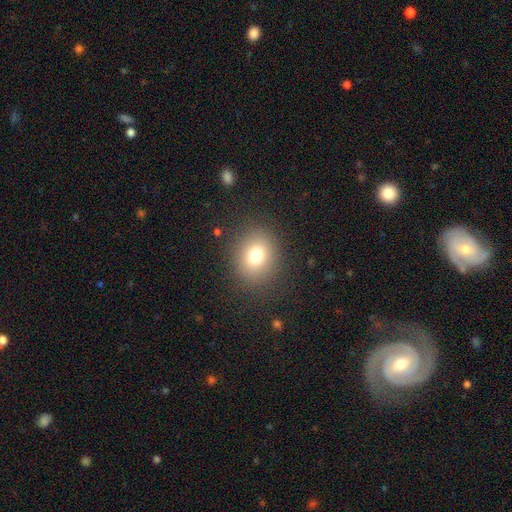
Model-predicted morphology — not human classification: Smooth or featured?
  - smooth: 75% *
  - star or artifact: 14%
  - featured or disk: 11%
How rounded?
  - round: 65% *
  - in between: 34%
  - cigar-shaped: 1%
Merging?
  - none: 86% *
  - minor disturbance: 9%
  - major disturbance: 5%
  - merger: 1%